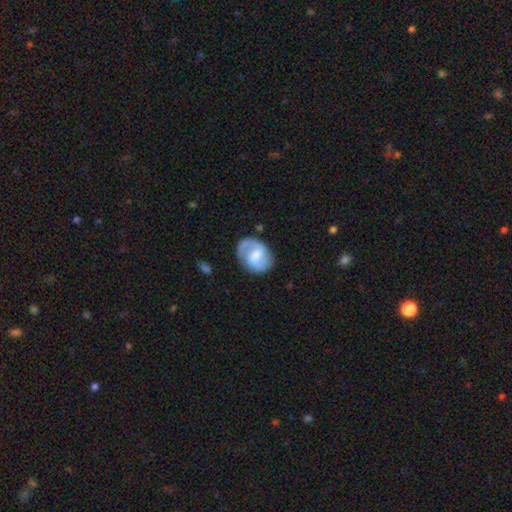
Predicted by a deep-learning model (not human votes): smooth_or_featured: featured or disk (p=0.74) [alt: smooth p=0.21]
disk_edge_on: no (p=0.98) [alt: yes p=0.02]
bar: weak (p=0.55) [alt: no p=0.29]
has_spiral_arms: yes (p=0.92) [alt: no p=0.08]
spiral_winding: medium (p=0.50) [alt: loose p=0.30]
spiral_arm_count: 2 (p=0.84) [alt: 1 p=0.07]
bulge_size: moderate (p=0.48) [alt: small p=0.36]
merging: none (p=0.75) [alt: minor disturbance p=0.17]